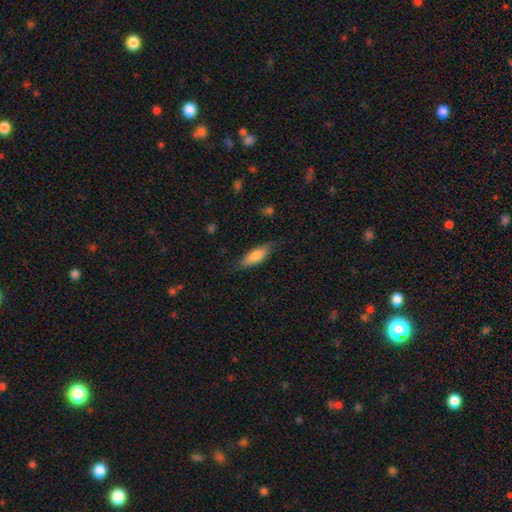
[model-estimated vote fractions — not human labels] smooth_or_featured: smooth (p=0.75) [alt: featured or disk p=0.19]
how_rounded: in between (p=0.60) [alt: cigar-shaped p=0.38]
merging: none (p=0.73) [alt: minor disturbance p=0.20]